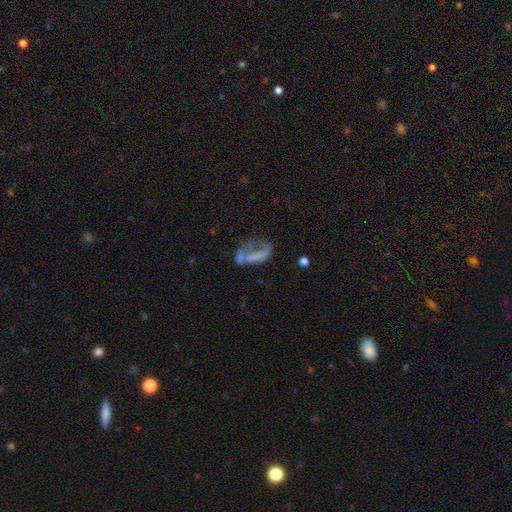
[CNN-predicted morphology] featured or disk 46%, smooth 40%, star or artifact 14%. Down the decision tree: merging — major disturbance (46%).